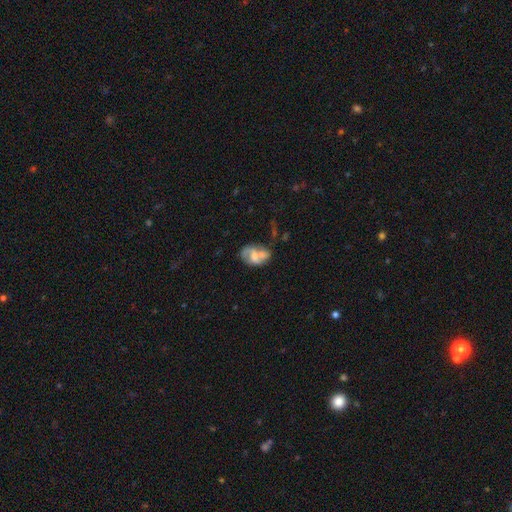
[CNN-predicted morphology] Overall: featured or disk (51%; smooth 40%). Edge-on disk: no (97%). Merging: none (32%, tied with merger).